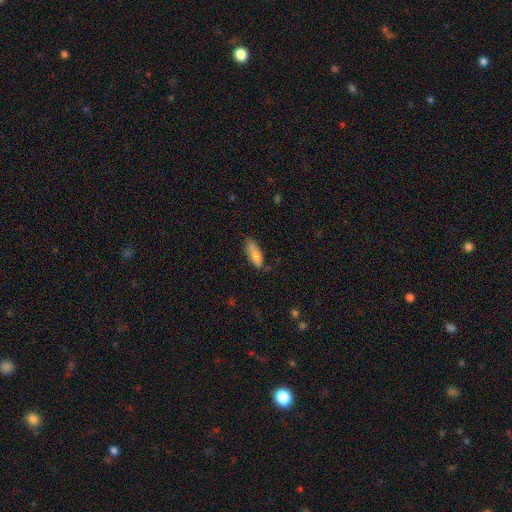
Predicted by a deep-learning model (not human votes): The model was most divided on "merging": none: 59%, minor disturbance: 30%, major disturbance: 7%, merger: 4%. More confident: smooth or featured — smooth (75%); how rounded — in between (71%).